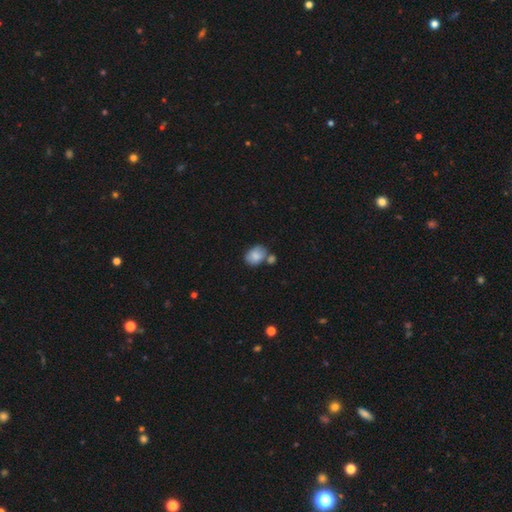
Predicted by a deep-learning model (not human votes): smooth-or-featured: smooth: 80% | featured or disk: 12% | star or artifact: 8%
  how-rounded: in between: 63% | round: 36% | cigar-shaped: 1%
  merging: none: 48% | merger: 29% | minor disturbance: 18% | major disturbance: 5%